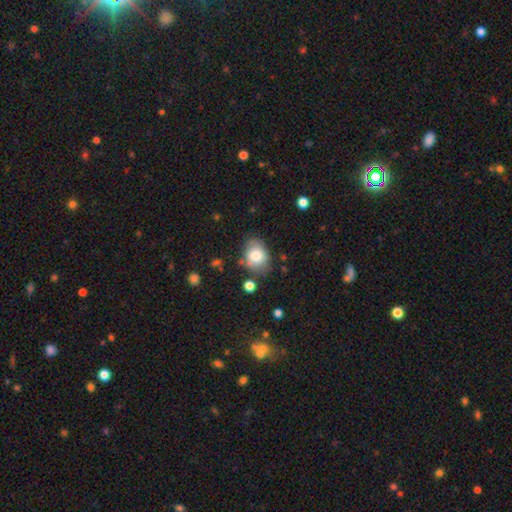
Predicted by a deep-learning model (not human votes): This is likely a smooth galaxy (74%). How rounded: likely in between (62%). Merging: likely none (68%).